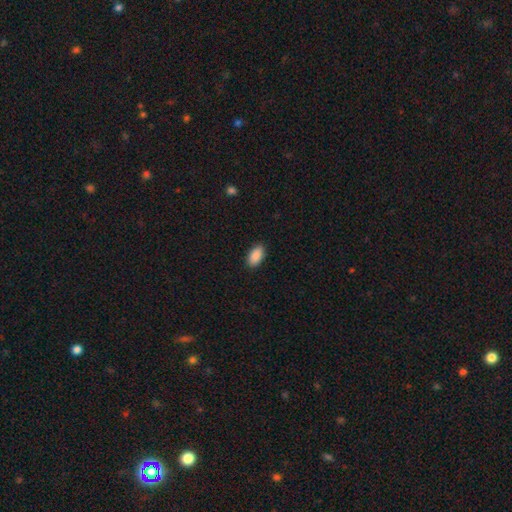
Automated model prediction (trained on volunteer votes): Smooth or featured? smooth (90%)
How rounded? in between (94%)
Merging? none (89%)